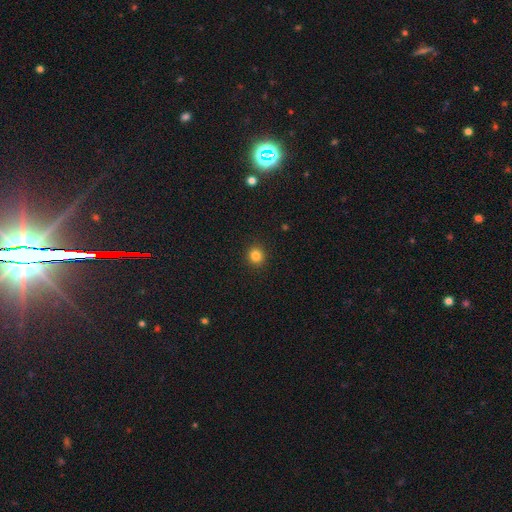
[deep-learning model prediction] A smooth galaxy with no disk features (83%) that is round (91%). Merging: none (92%).